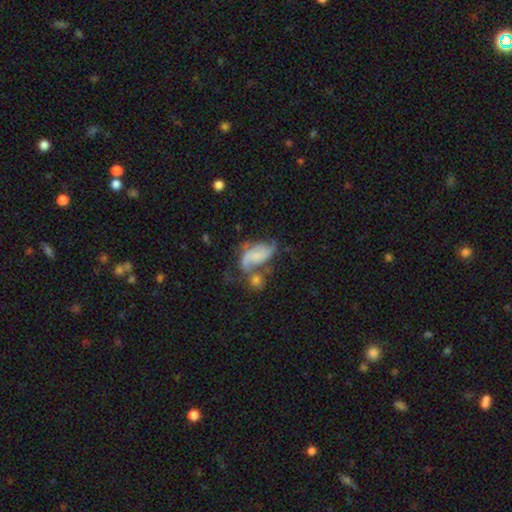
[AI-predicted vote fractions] A featured or disk galaxy (67%) with no bar (59%), 2 (76%) loose (51%) spiral arms (87%) and a small central bulge (40%). Merging: merger (32%).